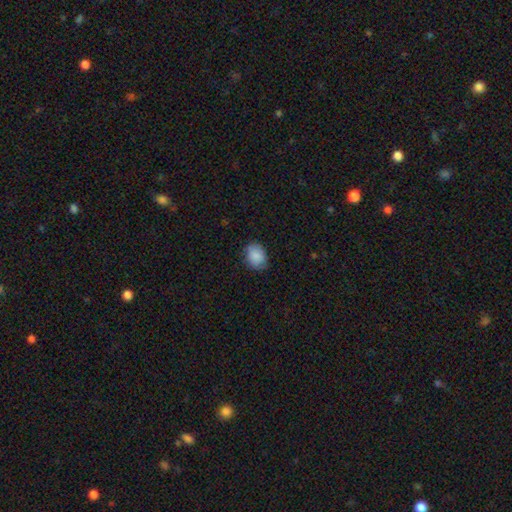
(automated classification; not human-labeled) This is clearly a smooth galaxy (88%). How rounded: possibly in between (58%). Merging: likely none (79%).